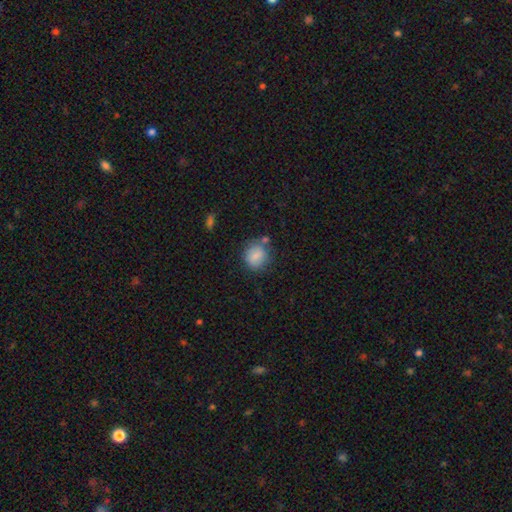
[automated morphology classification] type=smooth (83%); roundness=round (74%); merging=none (67%).